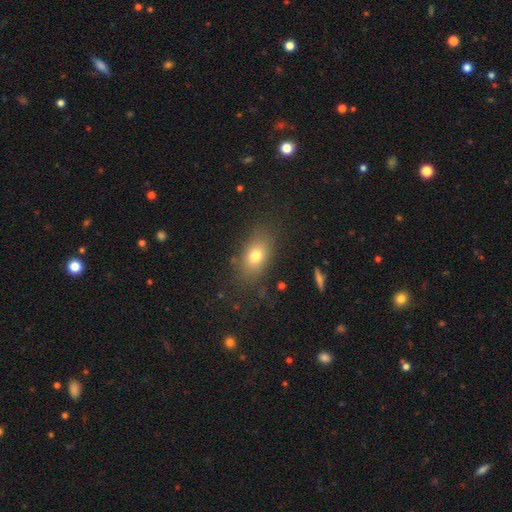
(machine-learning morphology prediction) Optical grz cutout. It shows a smooth galaxy with no disk features (75%) that is in between round and cigar-shaped (79%). Merging: none (79%).